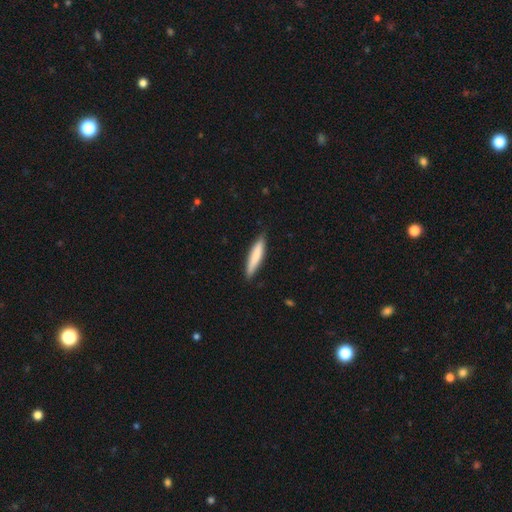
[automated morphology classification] This is likely a smooth galaxy (79%). How rounded: clearly cigar-shaped (86%). Merging: clearly none (85%).